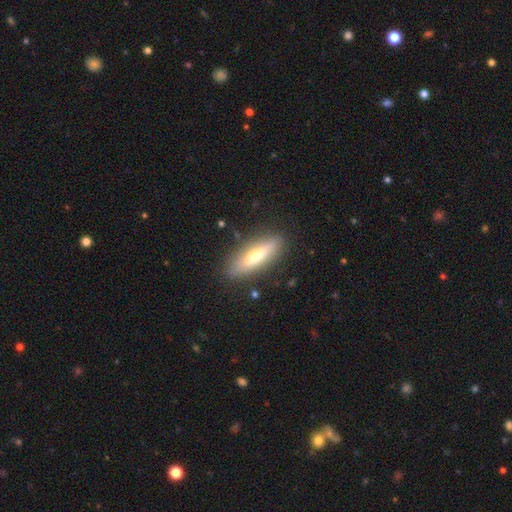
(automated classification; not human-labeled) Smooth or featured?
  - smooth: 59% *
  - featured or disk: 34%
  - star or artifact: 7%
How rounded?
  - cigar-shaped: 54% *
  - in between: 44%
  - round: 2%
Merging?
  - none: 84% *
  - minor disturbance: 11%
  - major disturbance: 3%
  - merger: 2%